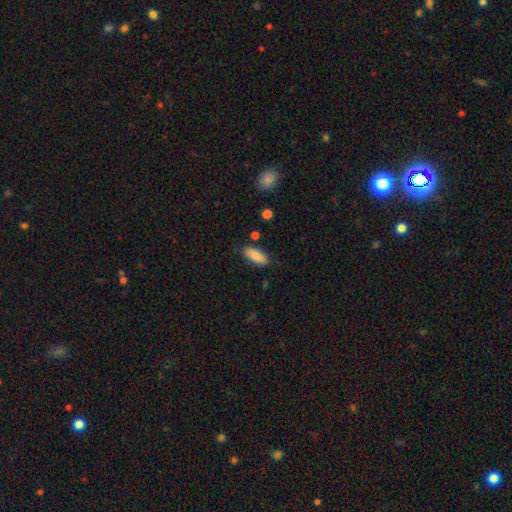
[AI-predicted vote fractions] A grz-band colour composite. It shows a smooth galaxy with no disk features (83%) that is in between round and cigar-shaped (86%). Merging: none (83%).